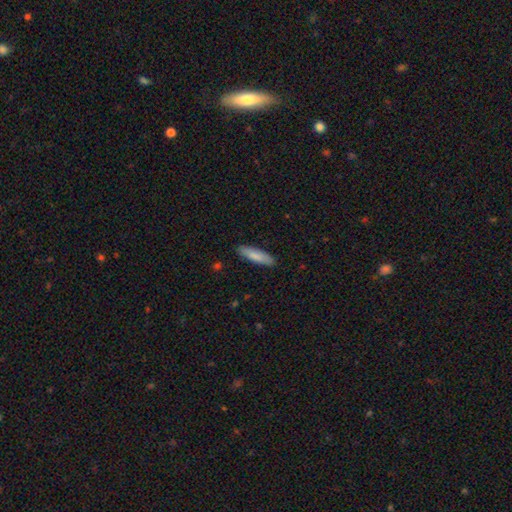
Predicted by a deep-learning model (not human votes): A smooth galaxy with no disk features (84%) that is cigar-shaped (64%). Merging: none (89%).